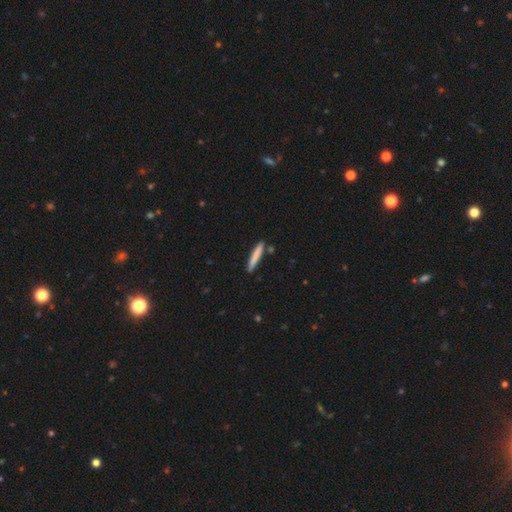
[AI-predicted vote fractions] smooth-or-featured: smooth: 79% | featured or disk: 16% | star or artifact: 5%
  how-rounded: cigar-shaped: 95% | in between: 4% | round: 1%
  merging: none: 87% | minor disturbance: 8% | merger: 4% | major disturbance: 2%